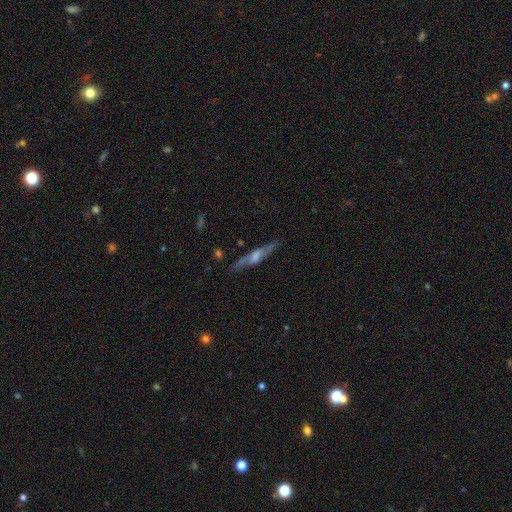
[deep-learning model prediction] Q: Smooth or featured?
A: featured or disk (66%); runner-up: smooth (27%)
Q: Edge-on disk?
A: yes (84%); runner-up: no (16%)
Q: Edge-on bulge?
A: rounded (61%); runner-up: none (21%)
Q: Merging?
A: none (80%); runner-up: minor disturbance (14%)